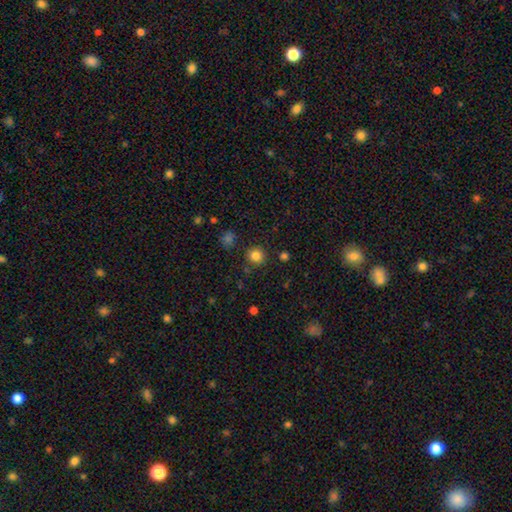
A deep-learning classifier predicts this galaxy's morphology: Smooth or featured: smooth — 83% (star or artifact — 12%)
How rounded: round — 92% (in between — 7%)
Merging: none — 88% (minor disturbance — 7%)